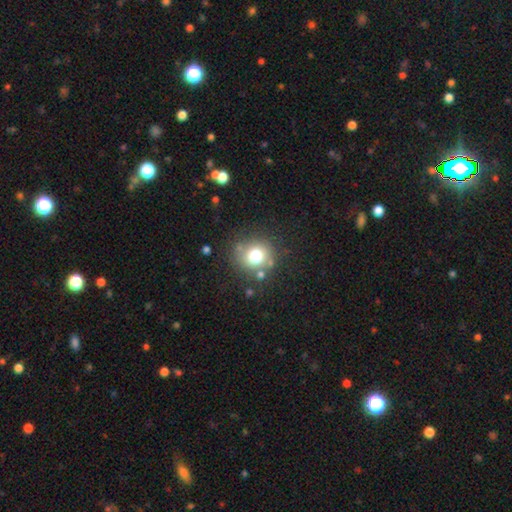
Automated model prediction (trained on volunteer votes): smooth 73%, star or artifact 14%, featured or disk 13%. Down the decision tree: how rounded — round (86%); merging — none (75%).